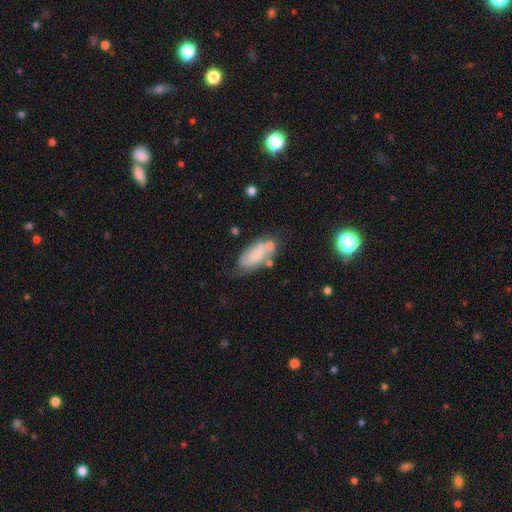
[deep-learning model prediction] Q: Smooth or featured?
A: smooth (52%); runner-up: featured or disk (40%)
Q: How rounded?
A: in between (89%); runner-up: cigar-shaped (7%)
Q: Merging?
A: none (41%); runner-up: minor disturbance (28%)